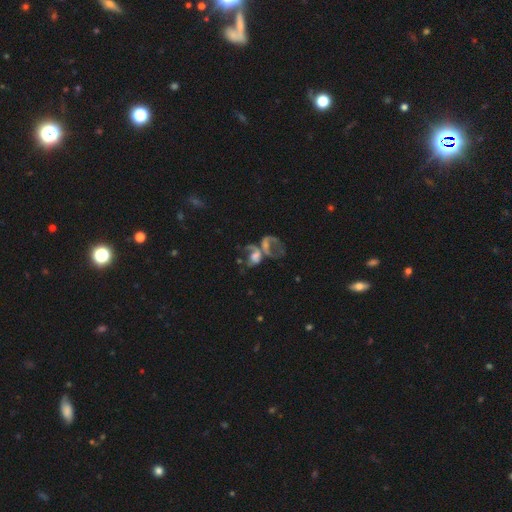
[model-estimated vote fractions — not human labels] Smooth or featured? featured or disk (57%)
Edge-on disk? no (96%)
Bar? no (74%)
Spiral arms? no (53%)
Bulge size? none (33%)
Merging? merger (62%)